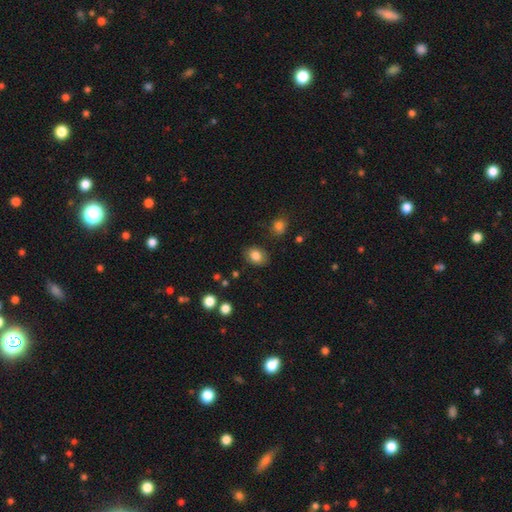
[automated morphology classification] A smooth galaxy with no disk features (83%) that is in between round and cigar-shaped (63%).

Vote fractions:
- Smooth or featured? smooth: 83% / star or artifact: 9% / featured or disk: 8%
- How rounded? in between: 63% / round: 36% / cigar-shaped: 1%
- Merging? none: 85% / minor disturbance: 11% / major disturbance: 3% / merger: 2%